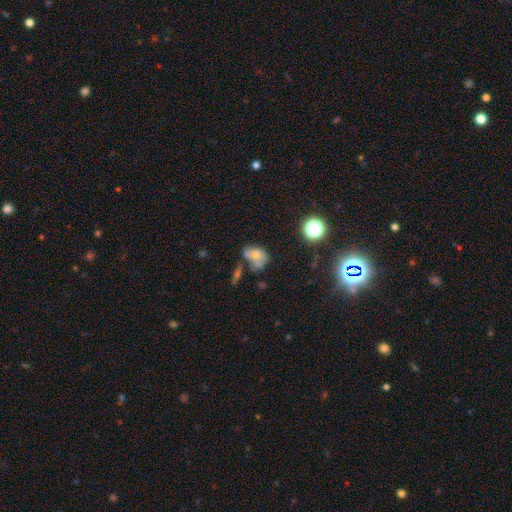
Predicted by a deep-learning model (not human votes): The model was most divided on "merging": none: 33%, merger: 30%, minor disturbance: 22%, major disturbance: 14%. More confident: how rounded — in between (70%); smooth or featured — smooth (62%).